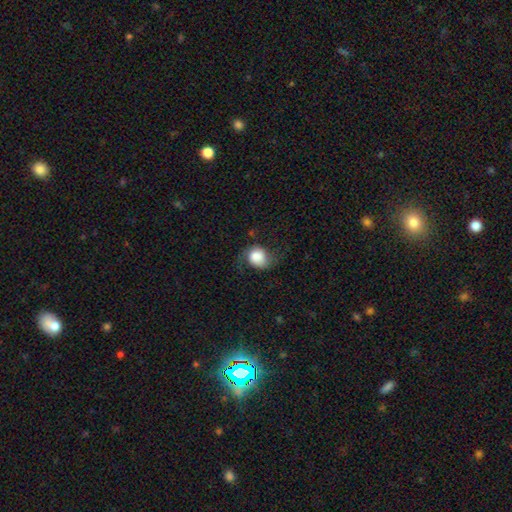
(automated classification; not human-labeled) smooth 63%, featured or disk 28%, star or artifact 9%. Down the decision tree: how rounded — round (64%); merging — none (54%).